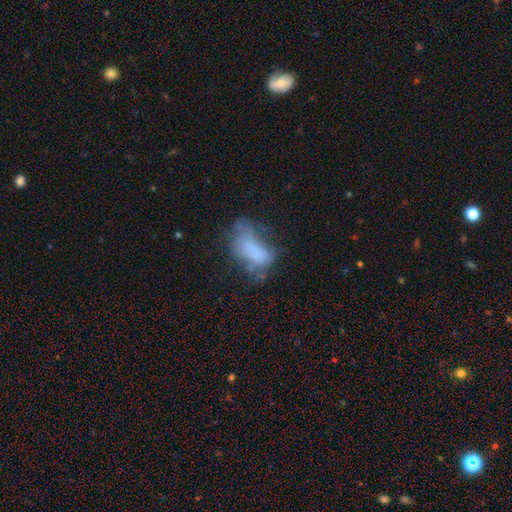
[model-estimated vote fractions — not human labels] A smooth galaxy with no disk features (55%) that is in between round and cigar-shaped (87%). Merging: major disturbance (39%).